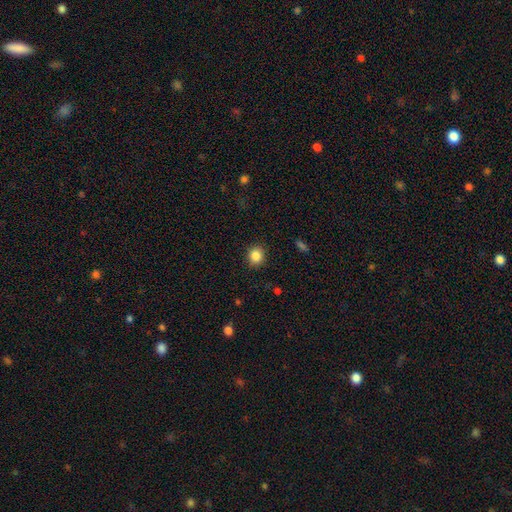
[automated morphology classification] Smooth or featured: smooth — 86% (star or artifact — 10%)
How rounded: round — 81% (in between — 18%)
Merging: none — 90% (minor disturbance — 7%)